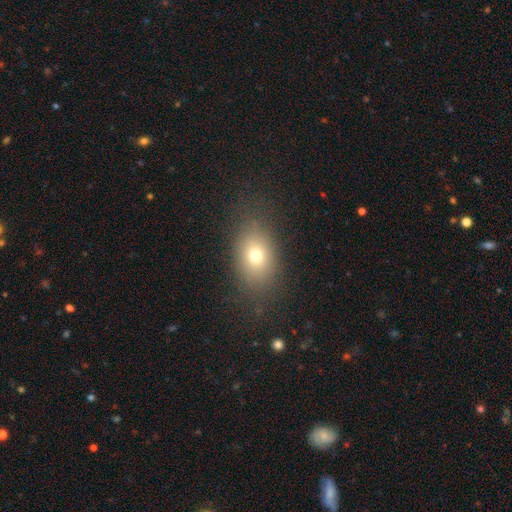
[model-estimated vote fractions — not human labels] Smooth or featured? Predicted: smooth (p=0.72). How rounded? Predicted: in between (p=0.76). Merging? Predicted: none (p=0.81).